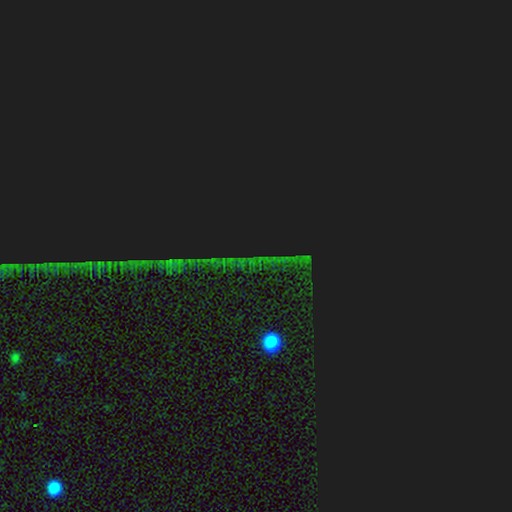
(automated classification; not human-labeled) Smooth or featured? Predicted: star or artifact (p=0.82).